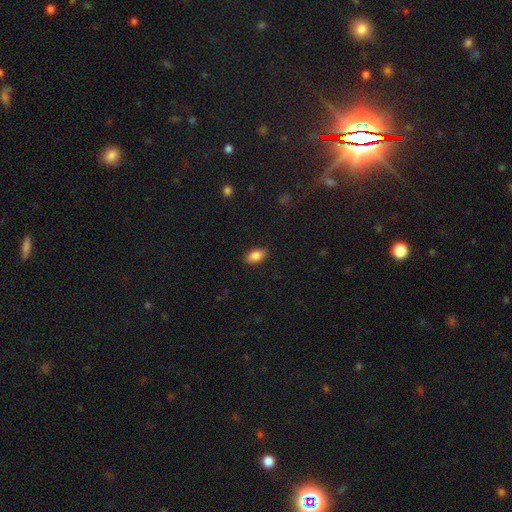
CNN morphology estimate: A smooth galaxy with no disk features (83%) that is in between round and cigar-shaped (89%). Merging: none (88%).